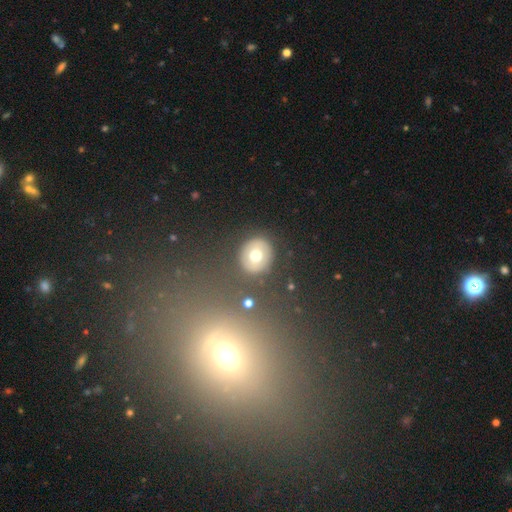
This appears to be a smooth galaxy with no disk features (61%) that is round (91%). Merging: none (89%).